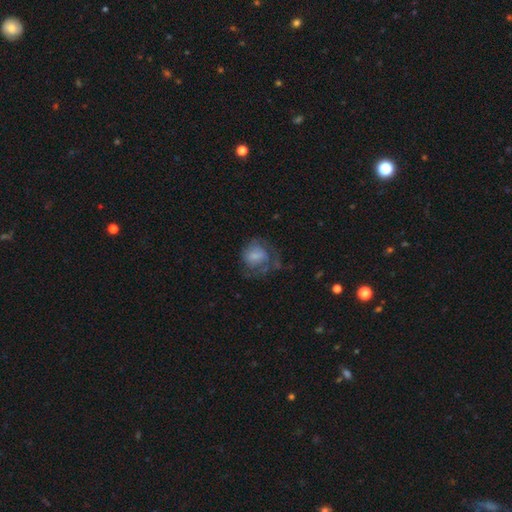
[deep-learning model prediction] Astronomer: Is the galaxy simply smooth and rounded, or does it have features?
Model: smooth — 50% (runner-up: featured or disk, 41%).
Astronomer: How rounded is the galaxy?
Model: round — 66%.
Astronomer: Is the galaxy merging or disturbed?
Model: major disturbance — 37%, tied with none at 37%.